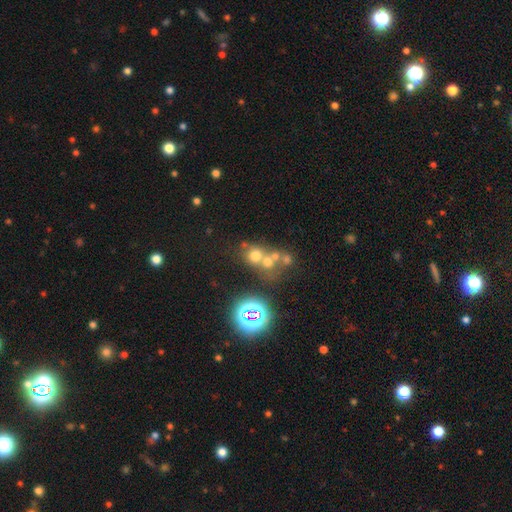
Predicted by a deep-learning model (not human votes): Overall: smooth (54%; star or artifact 27%). How rounded: round (79%). Merging: merger (43%, tied with none).